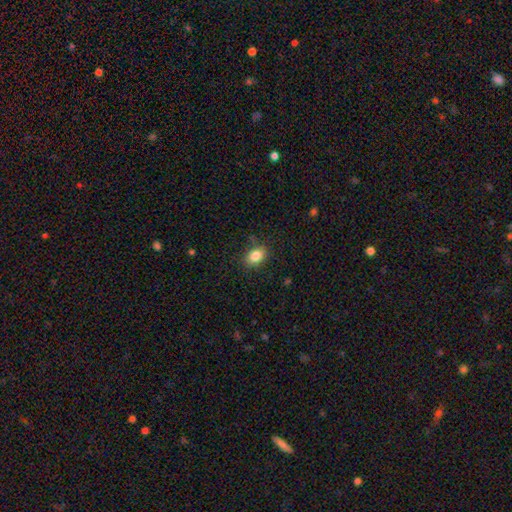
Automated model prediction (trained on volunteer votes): Smooth or featured? Predicted: smooth (p=0.85). How rounded? Predicted: in between (p=0.81). Merging? Predicted: none (p=0.84).